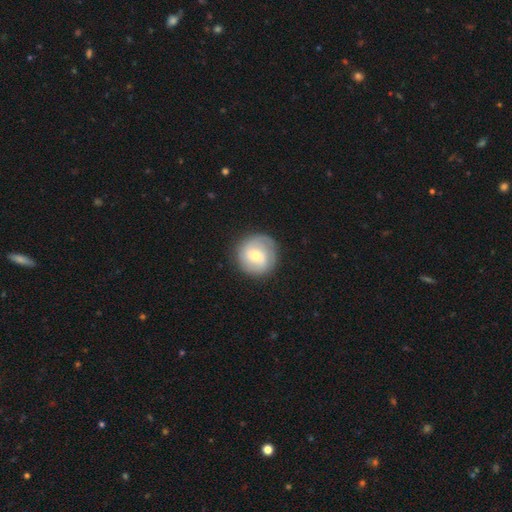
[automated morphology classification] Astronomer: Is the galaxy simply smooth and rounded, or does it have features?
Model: featured or disk — 52% (runner-up: smooth, 41%).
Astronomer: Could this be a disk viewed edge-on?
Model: no — 97%.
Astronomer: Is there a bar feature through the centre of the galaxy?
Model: no — 57% (runner-up: weak, 34%).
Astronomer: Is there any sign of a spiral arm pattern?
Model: yes — 80%.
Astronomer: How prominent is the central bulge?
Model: small — 51% (runner-up: moderate, 44%).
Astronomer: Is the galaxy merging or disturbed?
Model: none — 84%.